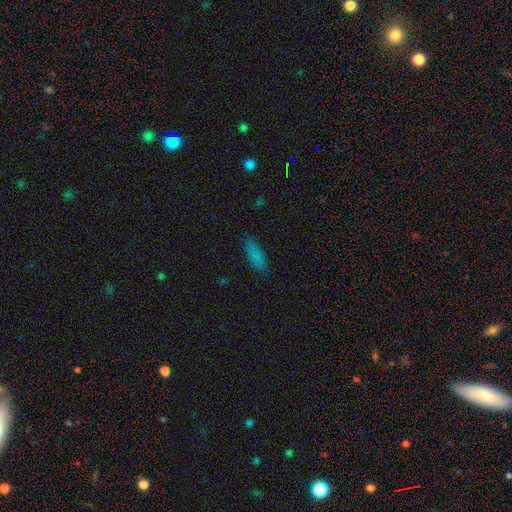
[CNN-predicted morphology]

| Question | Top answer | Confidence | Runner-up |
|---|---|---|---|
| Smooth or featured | smooth | 81% | star or artifact (10%) |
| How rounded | in between | 56% | cigar-shaped (42%) |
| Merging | none | 84% | minor disturbance (12%) |